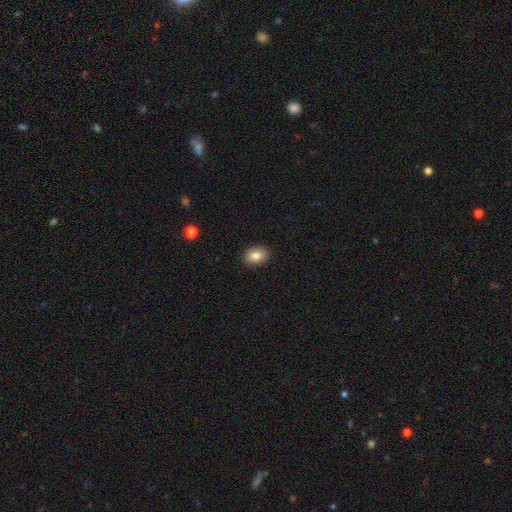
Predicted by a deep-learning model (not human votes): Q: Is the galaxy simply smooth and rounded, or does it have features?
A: smooth — 85%.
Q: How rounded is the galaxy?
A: in between — 77%.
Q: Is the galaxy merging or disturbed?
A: none — 89%.